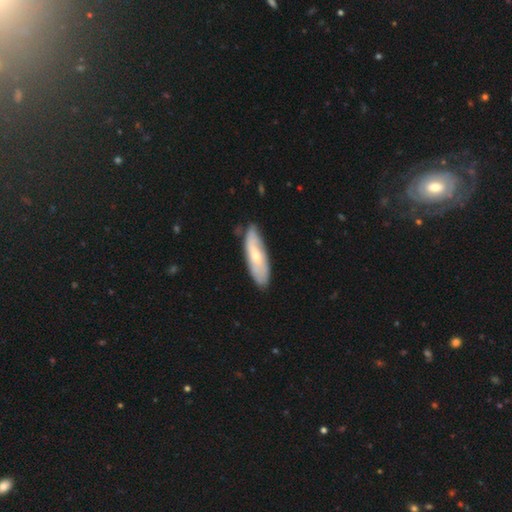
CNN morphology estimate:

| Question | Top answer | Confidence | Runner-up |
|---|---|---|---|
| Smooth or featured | smooth | 52% | featured or disk (43%) |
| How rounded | in between | 49% | tied: cigar-shaped (49%) |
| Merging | none | 74% | minor disturbance (21%) |